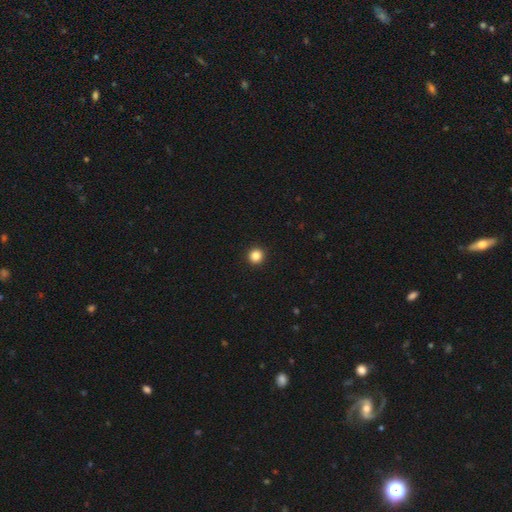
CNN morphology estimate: Smooth or featured? smooth (85%)
How rounded? round (95%)
Merging? none (94%)